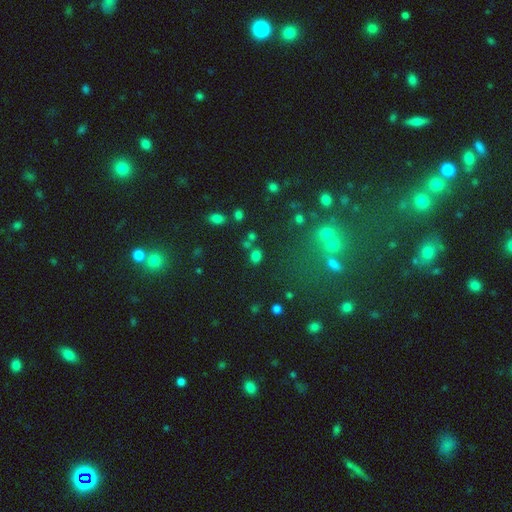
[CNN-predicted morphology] smooth-or-featured: smooth: 72% | star or artifact: 22% | featured or disk: 6%
  how-rounded: round: 51% | in between: 47% | cigar-shaped: 2%
  merging: none: 71% | merger: 13% | minor disturbance: 11% | major disturbance: 5%